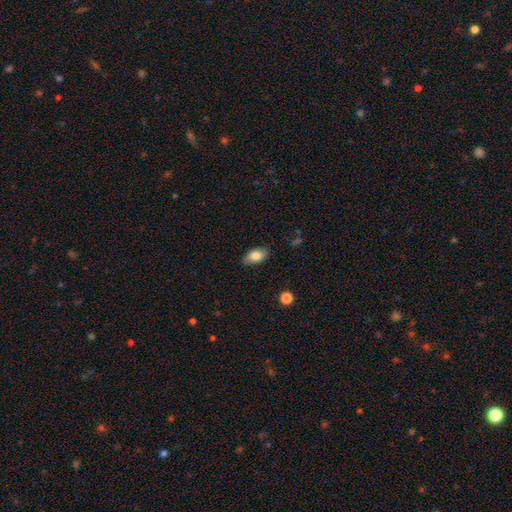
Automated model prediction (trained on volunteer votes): smooth 79%, featured or disk 14%, star or artifact 7%. Down the decision tree: how rounded — in between (91%); merging — none (81%).